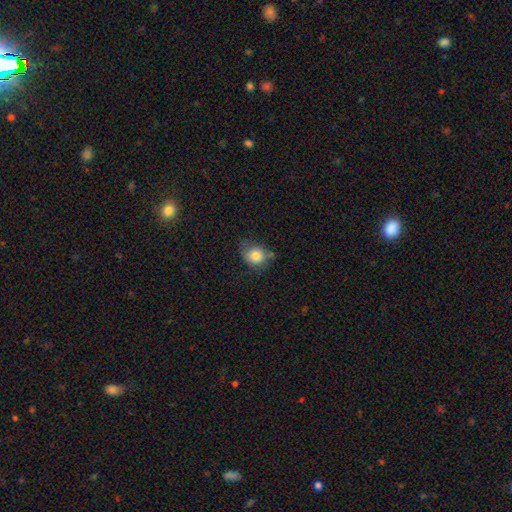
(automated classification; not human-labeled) Q: Smooth or featured?
A: smooth (79%); runner-up: featured or disk (13%)
Q: How rounded?
A: round (60%); runner-up: in between (39%)
Q: Merging?
A: none (55%); runner-up: minor disturbance (32%)